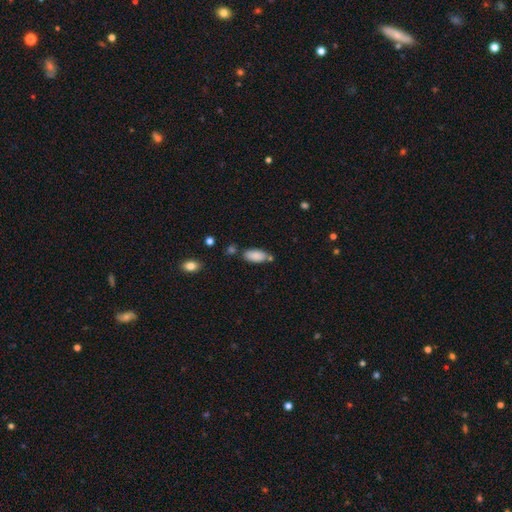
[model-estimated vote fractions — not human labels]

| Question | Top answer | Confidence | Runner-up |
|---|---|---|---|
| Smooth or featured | smooth | 87% | star or artifact (7%) |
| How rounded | in between | 89% | cigar-shaped (9%) |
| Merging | none | 68% | minor disturbance (17%) |